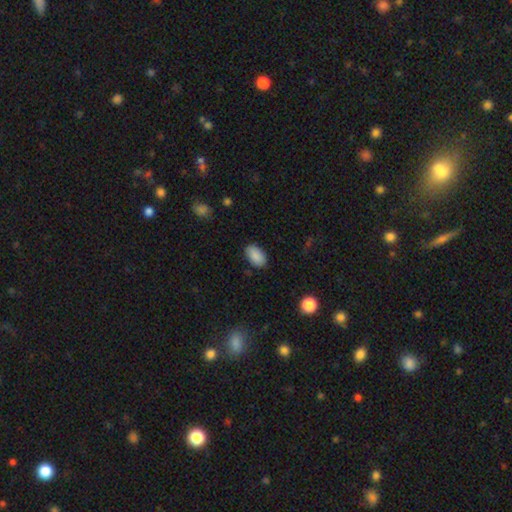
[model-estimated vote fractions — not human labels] Q: Smooth or featured?
A: smooth (89%); runner-up: star or artifact (7%)
Q: How rounded?
A: in between (93%); runner-up: round (5%)
Q: Merging?
A: none (85%); runner-up: minor disturbance (12%)